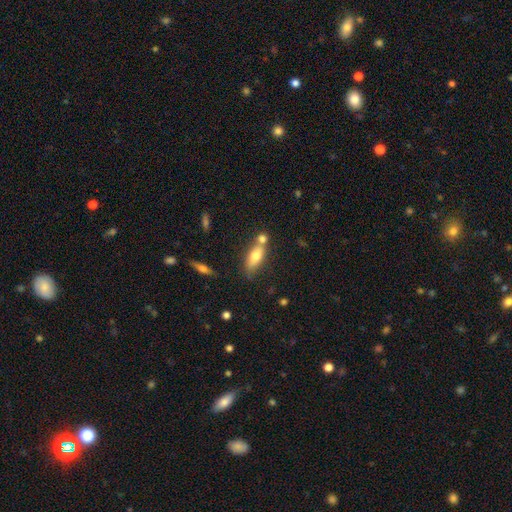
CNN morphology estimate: Smooth or featured? Predicted: smooth (p=0.71). How rounded? Predicted: in between (p=0.73). Merging? Predicted: none (p=0.47).